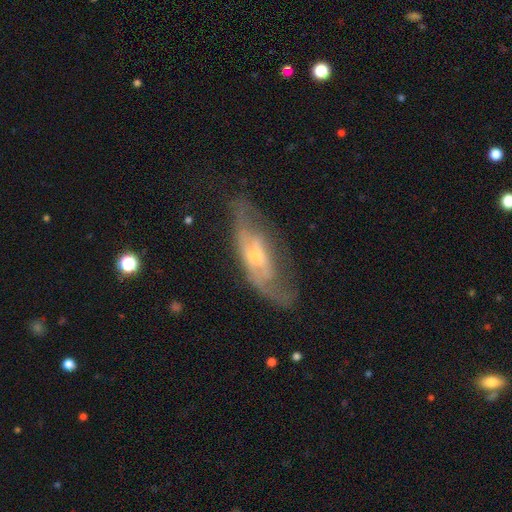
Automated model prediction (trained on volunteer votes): smooth_or_featured: featured or disk (p=0.72) [alt: smooth p=0.21]
disk_edge_on: no (p=0.74) [alt: yes p=0.26]
bar: no (p=0.58) [alt: weak p=0.32]
has_spiral_arms: yes (p=0.70) [alt: no p=0.30]
bulge_size: small (p=0.48) [alt: moderate p=0.46]
merging: none (p=0.50) [alt: minor disturbance p=0.26]